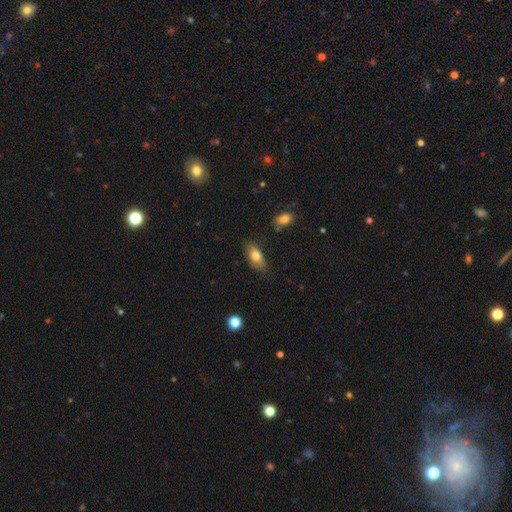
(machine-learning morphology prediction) smooth-or-featured: smooth: 76% | featured or disk: 16% | star or artifact: 8%
  how-rounded: in between: 87% | cigar-shaped: 9% | round: 4%
  merging: none: 74% | minor disturbance: 20% | major disturbance: 4% | merger: 2%